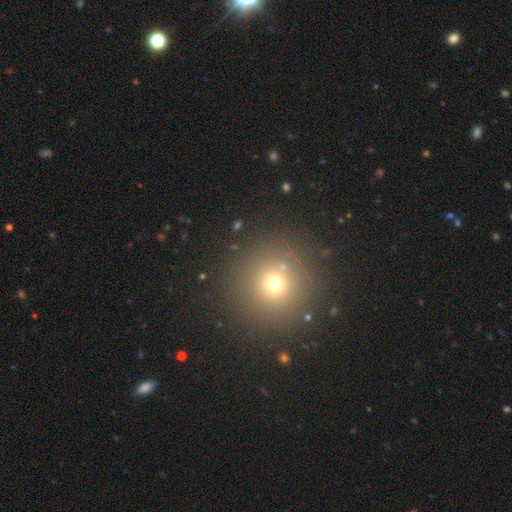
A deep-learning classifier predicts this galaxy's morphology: Smooth or featured?
  - smooth: 61% *
  - star or artifact: 31%
  - featured or disk: 8%
How rounded?
  - round: 95% *
  - in between: 4%
  - cigar-shaped: 1%
Merging?
  - none: 91% *
  - minor disturbance: 5%
  - major disturbance: 2%
  - merger: 2%